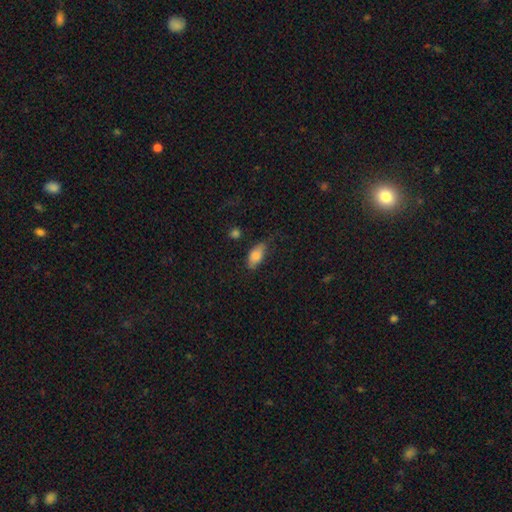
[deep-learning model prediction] Smooth or featured?
  - smooth: 81% *
  - featured or disk: 11%
  - star or artifact: 8%
How rounded?
  - in between: 88% *
  - cigar-shaped: 7%
  - round: 4%
Merging?
  - none: 63% *
  - minor disturbance: 27%
  - major disturbance: 8%
  - merger: 3%